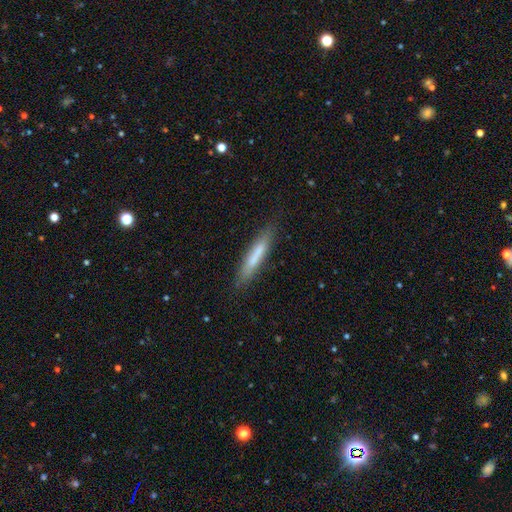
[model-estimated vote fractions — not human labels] The model was most divided on "smooth or featured": smooth: 67%, featured or disk: 26%, star or artifact: 7%. More confident: how rounded — cigar-shaped (91%); merging — none (84%).